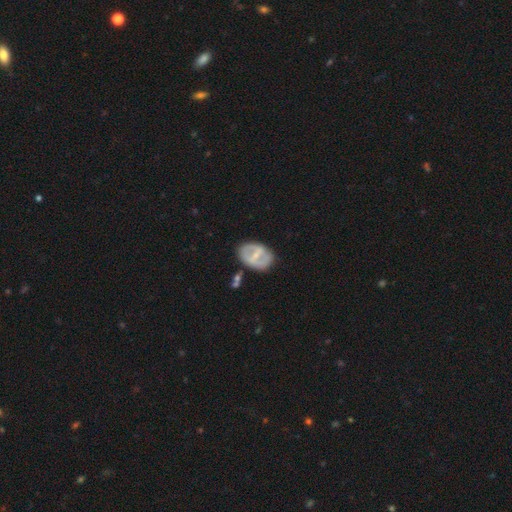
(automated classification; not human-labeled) Smooth or featured?
  - featured or disk: 62% *
  - smooth: 32%
  - star or artifact: 6%
Edge-on disk?
  - no: 94% *
  - yes: 6%
Bar?
  - strong: 47% *
  - weak: 37%
  - no: 16%
Spiral arms?
  - no: 63% *
  - yes: 37%
Bulge size?
  - small: 57% *
  - moderate: 31%
  - none: 9%
  - large: 2%
  - dominant: 1%
Merging?
  - none: 72% *
  - minor disturbance: 17%
  - major disturbance: 6%
  - merger: 4%